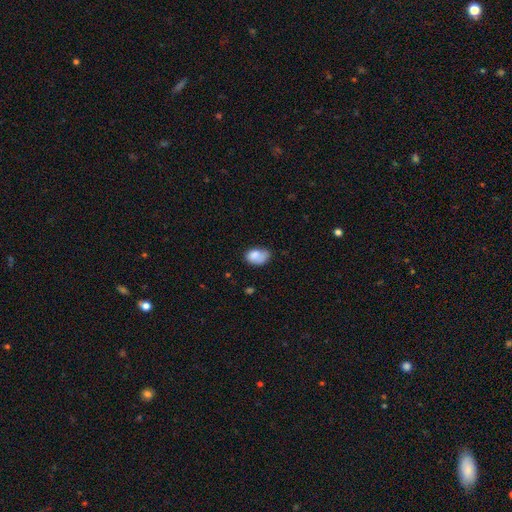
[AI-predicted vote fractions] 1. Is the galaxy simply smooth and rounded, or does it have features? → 78% smooth, 14% featured or disk, 8% star or artifact.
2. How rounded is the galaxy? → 83% in between, 16% round, 1% cigar-shaped.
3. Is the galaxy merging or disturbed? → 38% none, 35% minor disturbance, 18% major disturbance, 9% merger.